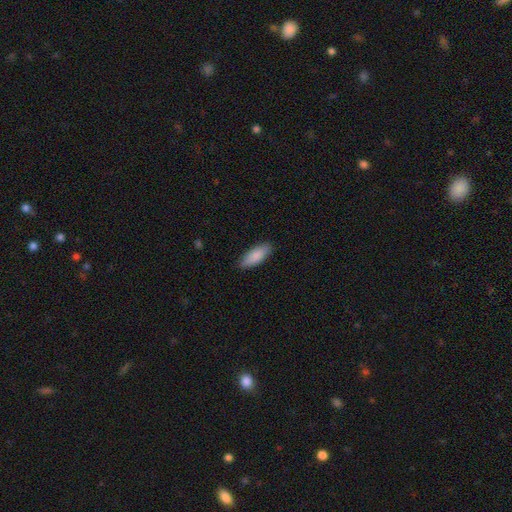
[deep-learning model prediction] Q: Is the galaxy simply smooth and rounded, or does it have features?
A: smooth — 87%.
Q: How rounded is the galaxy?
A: in between — 73%.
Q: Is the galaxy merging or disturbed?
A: none — 86%.